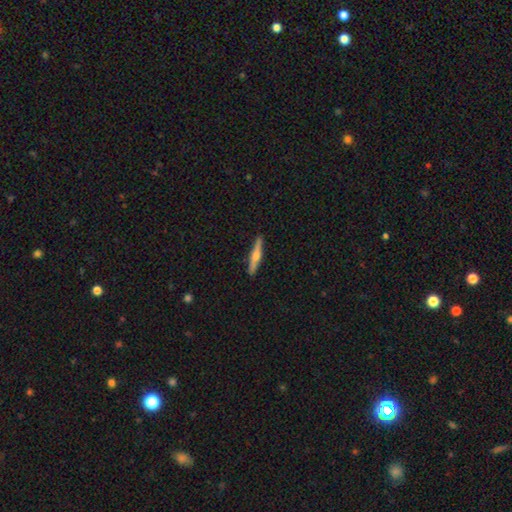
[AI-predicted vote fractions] A featured or disk galaxy (53%) viewed edge-on (96%) with a rounded central bulge (88%).

Vote fractions:
- Smooth or featured? featured or disk: 53% / smooth: 42% / star or artifact: 6%
- Edge-on disk? yes: 96% / no: 4%
- Edge-on bulge? rounded: 88% / none: 8% / boxy: 4%
- Merging? none: 90% / minor disturbance: 8% / major disturbance: 2% / merger: 1%